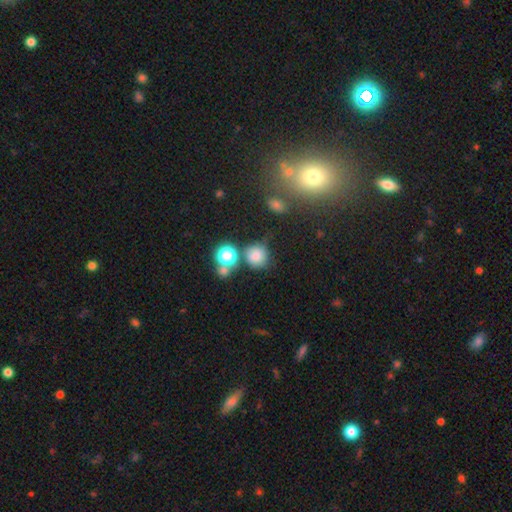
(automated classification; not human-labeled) Smooth or featured? Predicted: smooth (p=0.74). How rounded? Predicted: round (p=0.86). Merging? Predicted: none (p=0.60).